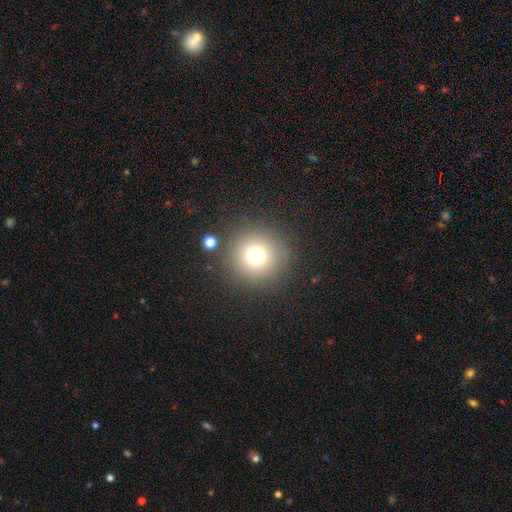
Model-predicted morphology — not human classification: type=smooth (73%); roundness=round (96%); merging=none (85%).